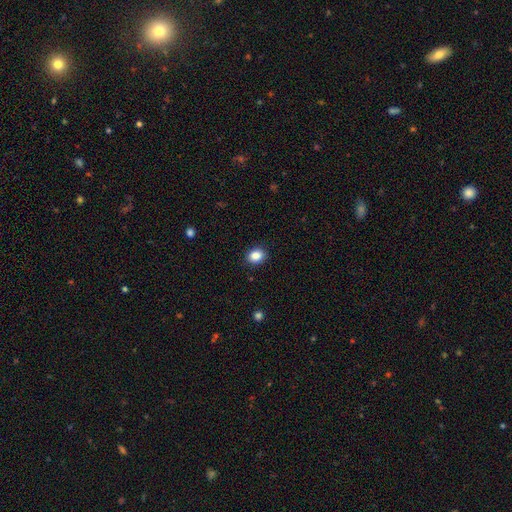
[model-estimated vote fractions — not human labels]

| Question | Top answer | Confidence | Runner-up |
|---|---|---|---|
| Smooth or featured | smooth | 88% | star or artifact (9%) |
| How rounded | round | 50% | in between (49%) |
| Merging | none | 90% | minor disturbance (7%) |